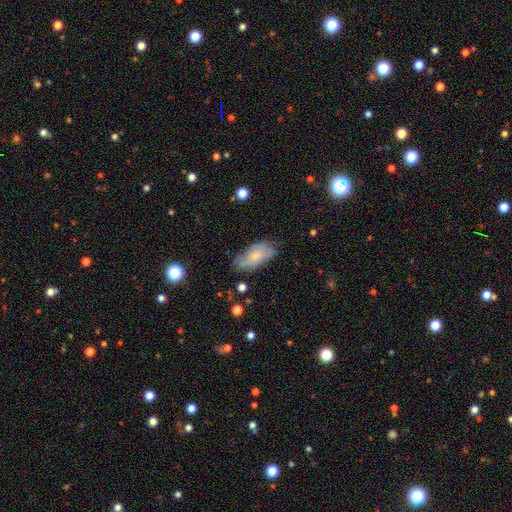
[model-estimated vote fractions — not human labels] Q: Smooth or featured?
A: smooth (64%); runner-up: featured or disk (29%)
Q: How rounded?
A: in between (90%); runner-up: cigar-shaped (7%)
Q: Merging?
A: none (67%); runner-up: minor disturbance (25%)